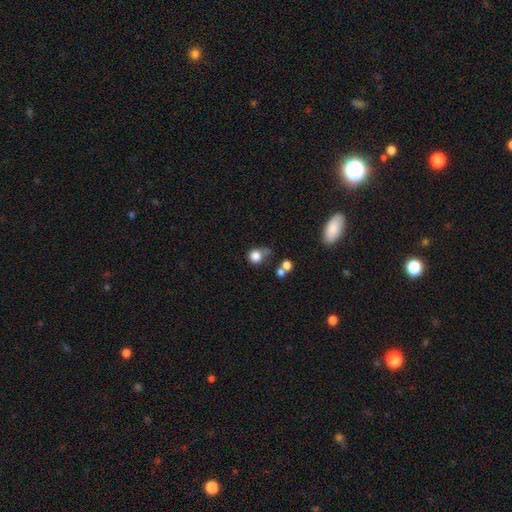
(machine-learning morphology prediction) A smooth galaxy with no disk features (80%) that is round (83%). Merging: none (45%).